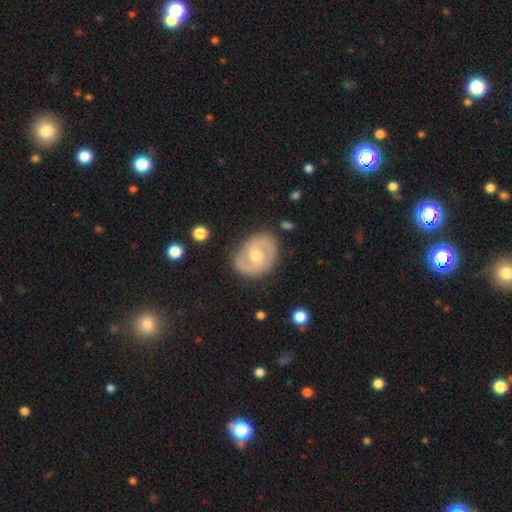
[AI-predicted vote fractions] A featured or disk galaxy (69%) with no bar (56%), spiral arms (67%) and a moderate central bulge (73%).

Vote fractions:
- Smooth or featured? featured or disk: 69% / smooth: 25% / star or artifact: 5%
- Edge-on disk? no: 96% / yes: 4%
- Bar? no: 56% / weak: 34% / strong: 10%
- Spiral arms? yes: 67% / no: 33%
- Bulge size? moderate: 73% / small: 18% / large: 7% / none: 1% / dominant: 1%
- Merging? none: 79% / minor disturbance: 15% / major disturbance: 4% / merger: 2%